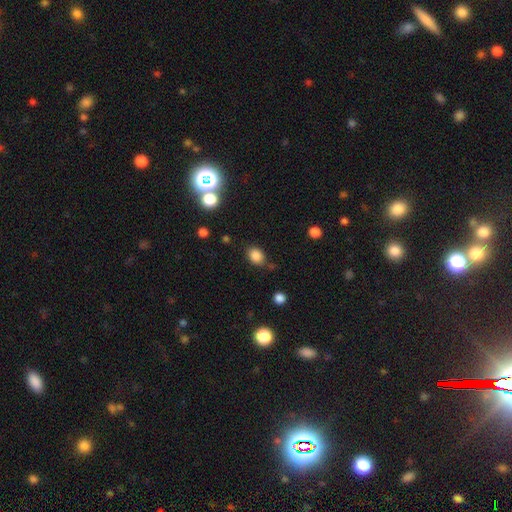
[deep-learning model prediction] smooth 85%, star or artifact 11%, featured or disk 4%. Down the decision tree: how rounded — in between (56%); merging — none (75%).